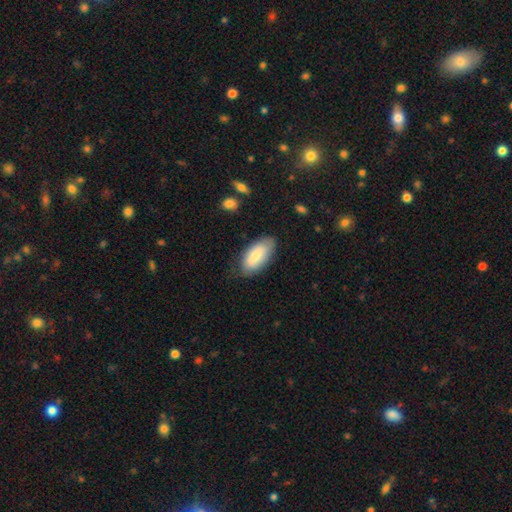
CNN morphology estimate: type=smooth (78%); roundness=in between (92%); merging=none (74%).